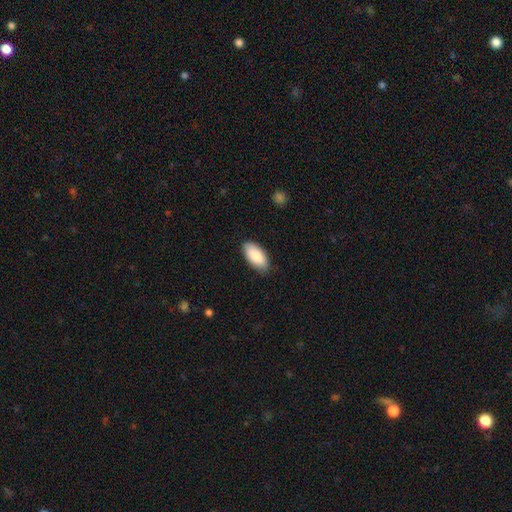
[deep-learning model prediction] Smooth or featured? Predicted: smooth (p=0.88). How rounded? Predicted: in between (p=0.93). Merging? Predicted: none (p=0.85).